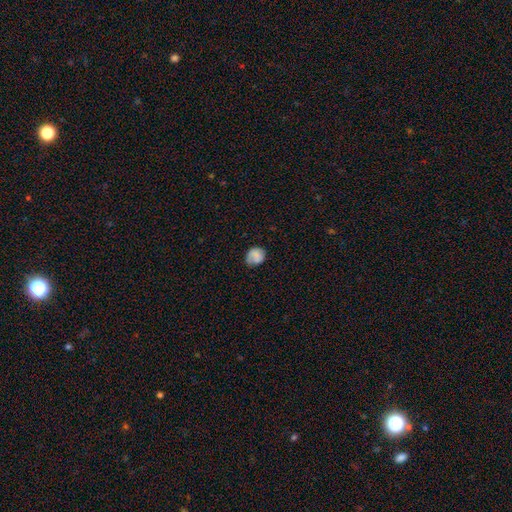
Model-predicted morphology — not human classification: type=smooth (71%); roundness=round (70%); merging=none (65%).